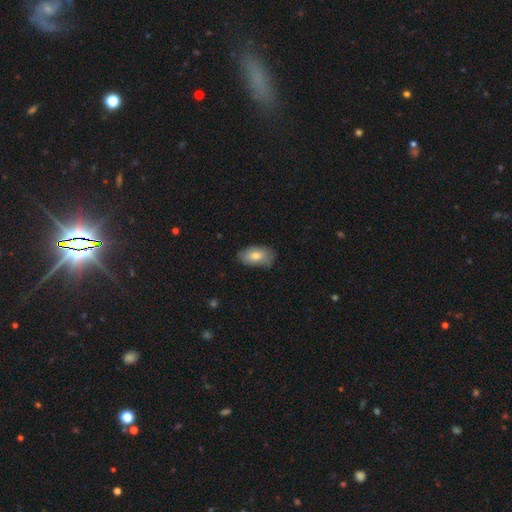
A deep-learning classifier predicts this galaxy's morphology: smooth_or_featured: smooth (p=0.75) [alt: featured or disk p=0.18]
how_rounded: in between (p=0.92) [alt: round p=0.05]
merging: none (p=0.75) [alt: minor disturbance p=0.20]